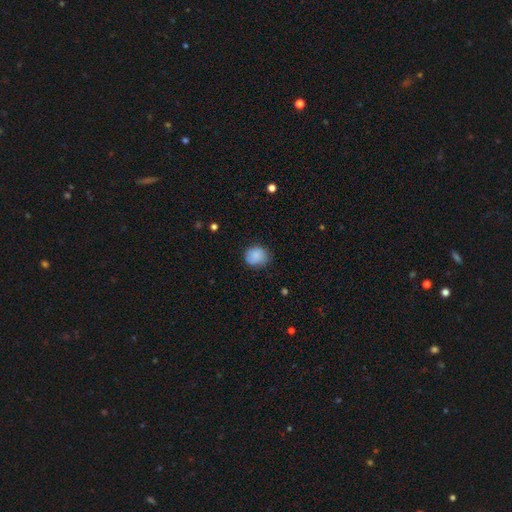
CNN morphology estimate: Smooth or featured?
  - smooth: 87% *
  - star or artifact: 8%
  - featured or disk: 6%
How rounded?
  - round: 70% *
  - in between: 29%
  - cigar-shaped: 1%
Merging?
  - none: 75% *
  - minor disturbance: 20%
  - major disturbance: 4%
  - merger: 1%